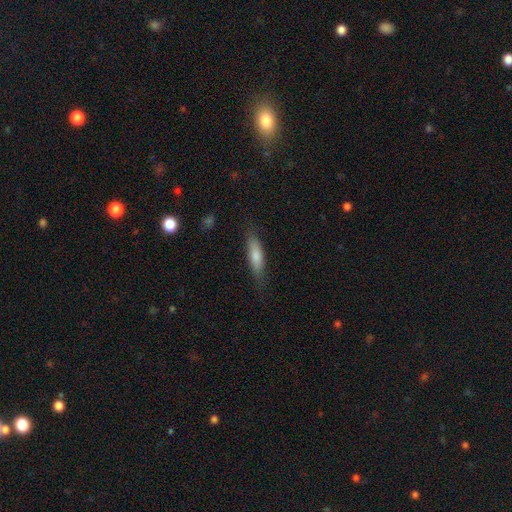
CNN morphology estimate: The model was most divided on "how rounded": cigar-shaped: 69%, in between: 29%, round: 2%. More confident: merging — none (79%); smooth or featured — smooth (72%).